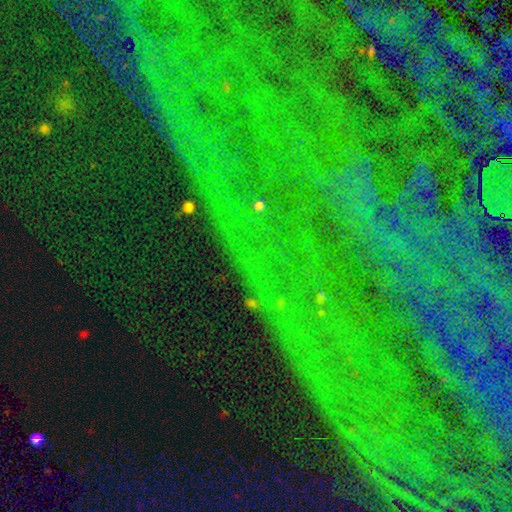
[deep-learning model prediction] A star or artifact, not a galaxy (83%).

Vote fractions:
- Smooth or featured? star or artifact: 83% / featured or disk: 9% / smooth: 7%